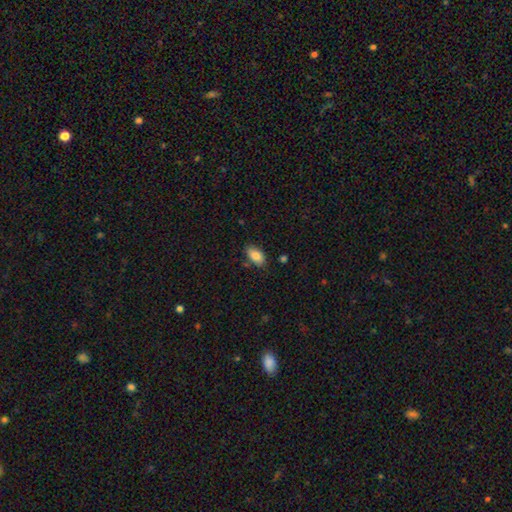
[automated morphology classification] Smooth or featured?
  - smooth: 85% *
  - featured or disk: 7%
  - star or artifact: 7%
How rounded?
  - in between: 93% *
  - round: 4%
  - cigar-shaped: 3%
Merging?
  - none: 79% *
  - minor disturbance: 15%
  - merger: 3%
  - major disturbance: 3%